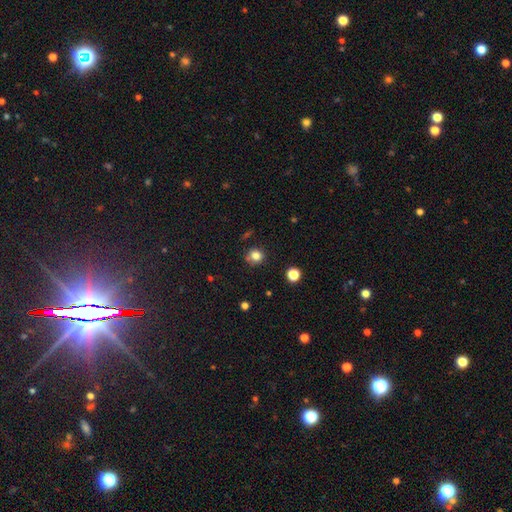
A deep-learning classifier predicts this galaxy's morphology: This appears to be a smooth galaxy with no disk features (81%) that is round (85%). Merging: none (75%).